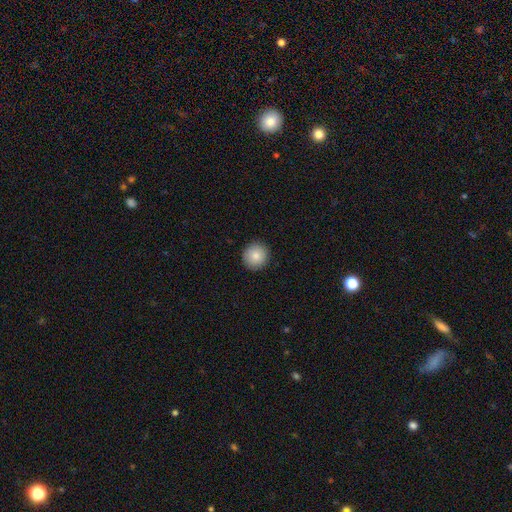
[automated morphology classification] Smooth or featured? smooth (85%)
How rounded? round (93%)
Merging? none (92%)